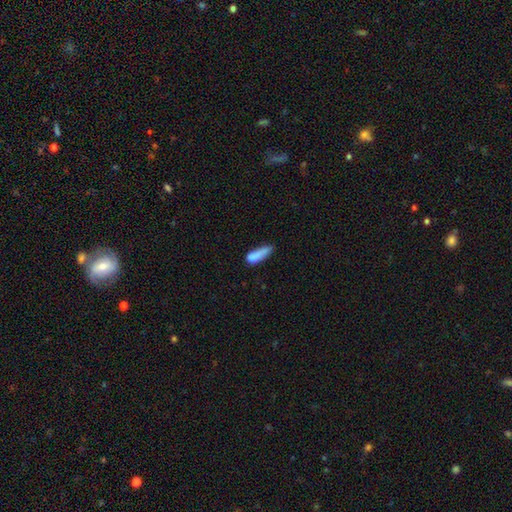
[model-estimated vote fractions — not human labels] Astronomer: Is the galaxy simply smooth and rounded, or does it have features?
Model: smooth — 81%.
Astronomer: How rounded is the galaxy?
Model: cigar-shaped — 57% (runner-up: in between, 41%).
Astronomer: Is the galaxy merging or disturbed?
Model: none — 45% (runner-up: minor disturbance, 34%).